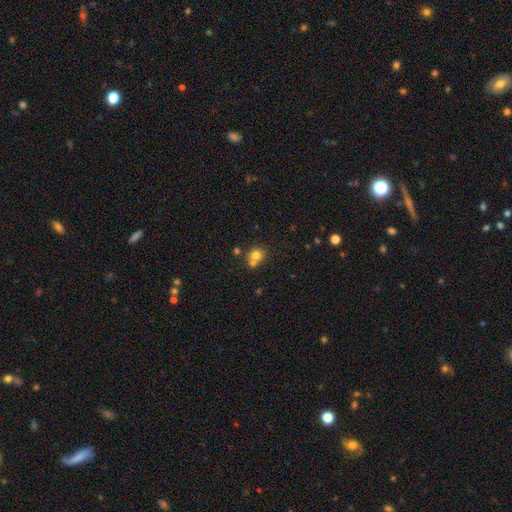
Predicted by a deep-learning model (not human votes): Overall: smooth (74%). How rounded: round (79%). Merging: merger (45%; none 44%).